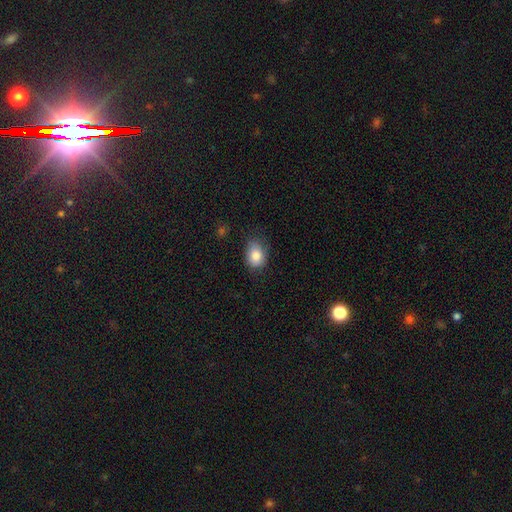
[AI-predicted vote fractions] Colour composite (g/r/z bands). It shows a smooth galaxy with no disk features (84%) that is in between round and cigar-shaped (58%). Merging: none (68%).